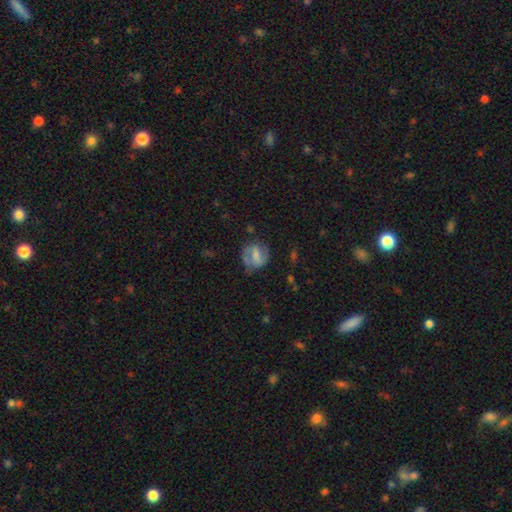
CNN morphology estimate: type=featured or disk (54%); edge-on=no (96%); bar=weak (45%); spiral arms=yes (73%); bulge=small (43%); merging=none (64%).